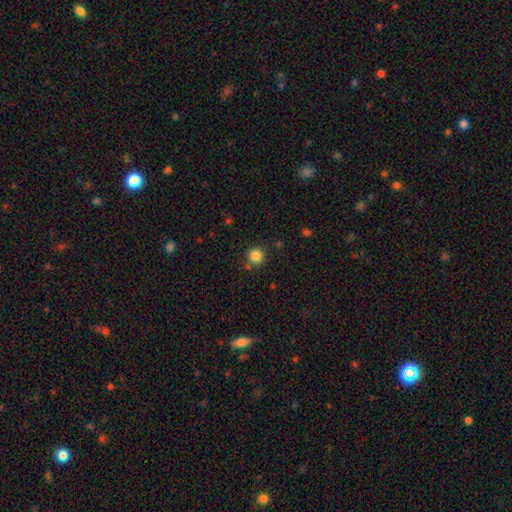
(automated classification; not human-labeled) Q: Smooth or featured?
A: smooth (84%); runner-up: star or artifact (11%)
Q: How rounded?
A: round (94%); runner-up: in between (5%)
Q: Merging?
A: none (82%); runner-up: minor disturbance (9%)